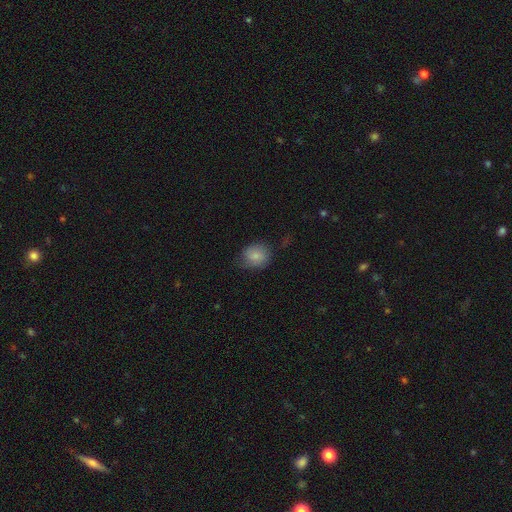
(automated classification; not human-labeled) Morphology: type=smooth (79%); roundness=round (65%); merging=none (61%).